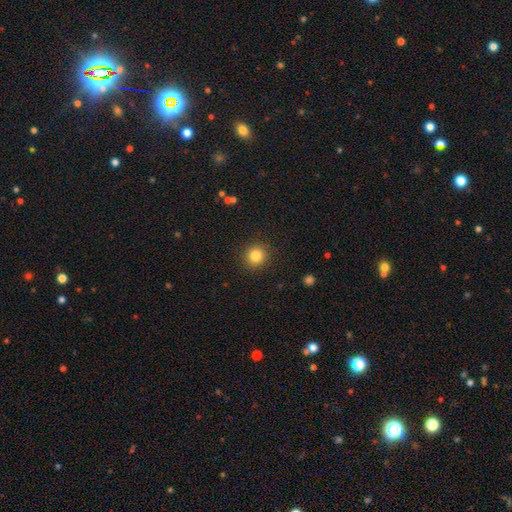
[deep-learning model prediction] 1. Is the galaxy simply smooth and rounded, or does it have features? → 84% smooth, 11% star or artifact, 5% featured or disk.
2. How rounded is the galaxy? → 92% round, 7% in between, 1% cigar-shaped.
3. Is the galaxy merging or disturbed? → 90% none, 6% minor disturbance, 2% major disturbance, 1% merger.